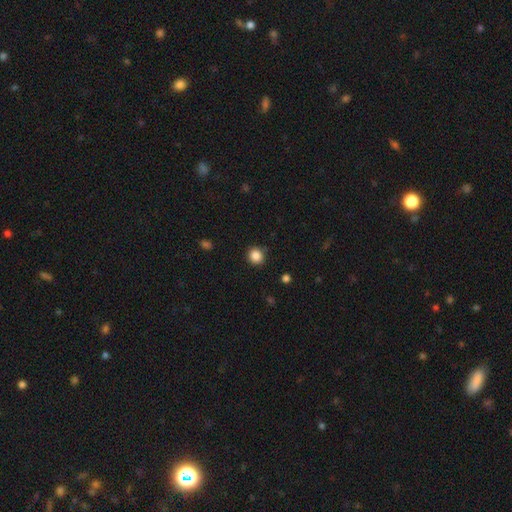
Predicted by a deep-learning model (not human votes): Morphology: type=smooth (85%); roundness=round (90%); merging=none (89%).